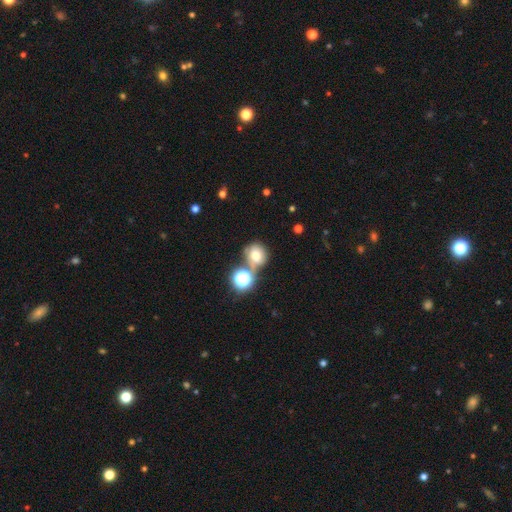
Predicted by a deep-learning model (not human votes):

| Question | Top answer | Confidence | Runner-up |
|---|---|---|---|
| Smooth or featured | smooth | 67% | star or artifact (19%) |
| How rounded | round | 78% | in between (21%) |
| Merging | none | 49% | merger (31%) |